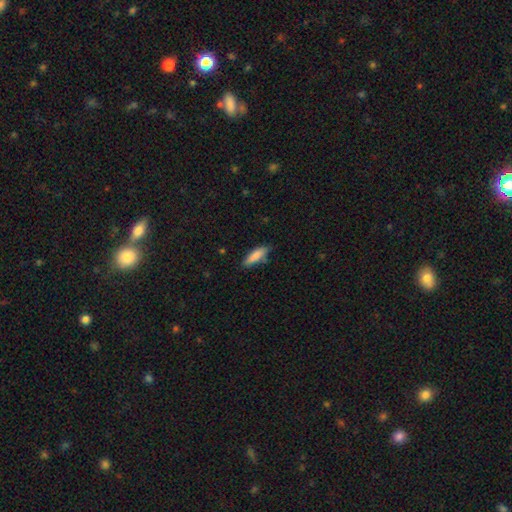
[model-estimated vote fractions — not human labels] Smooth or featured?
  - smooth: 83% *
  - featured or disk: 10%
  - star or artifact: 6%
How rounded?
  - cigar-shaped: 54% *
  - in between: 44%
  - round: 2%
Merging?
  - none: 71% *
  - minor disturbance: 23%
  - major disturbance: 4%
  - merger: 3%